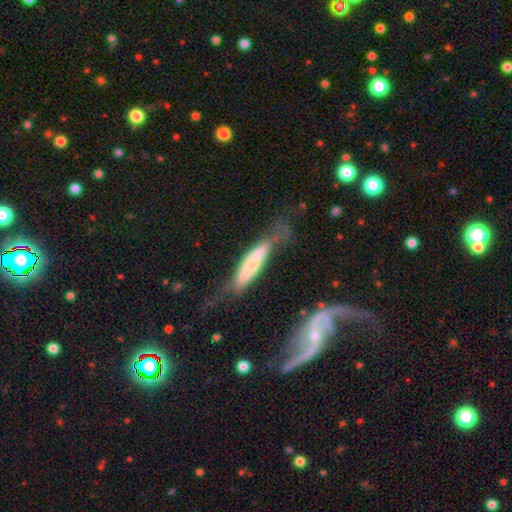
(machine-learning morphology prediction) Smooth or featured? Predicted: smooth (p=0.56). How rounded? Predicted: cigar-shaped (p=0.72). Merging? Predicted: none (p=0.45).